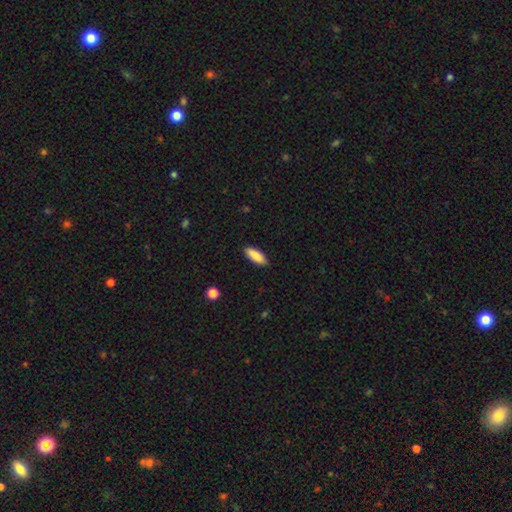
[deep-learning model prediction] A smooth galaxy with no disk features (88%) that is in between round and cigar-shaped (71%).

Vote fractions:
- Smooth or featured? smooth: 88% / star or artifact: 6% / featured or disk: 6%
- How rounded? in between: 71% / cigar-shaped: 27% / round: 2%
- Merging? none: 88% / minor disturbance: 9% / major disturbance: 2% / merger: 1%